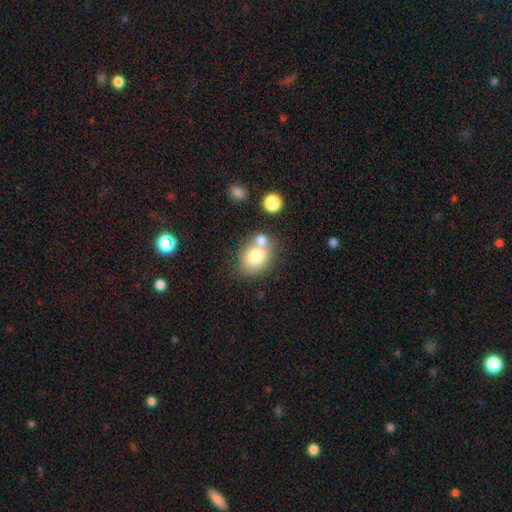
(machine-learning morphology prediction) Smooth or featured? smooth (76%)
How rounded? round (51%)
Merging? none (48%)